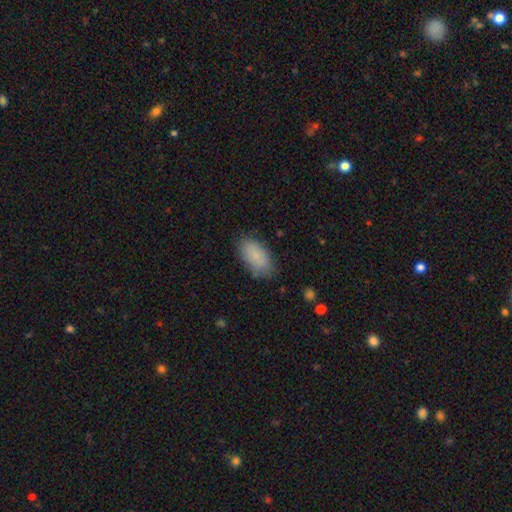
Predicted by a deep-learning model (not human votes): Smooth or featured? Predicted: smooth (p=0.85). How rounded? Predicted: in between (p=0.94). Merging? Predicted: none (p=0.79).